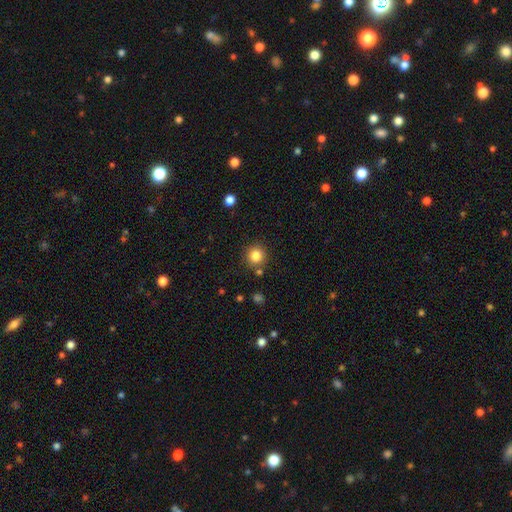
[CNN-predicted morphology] Smooth or featured: smooth — 83% (star or artifact — 11%)
How rounded: round — 92% (in between — 7%)
Merging: none — 83% (minor disturbance — 8%)